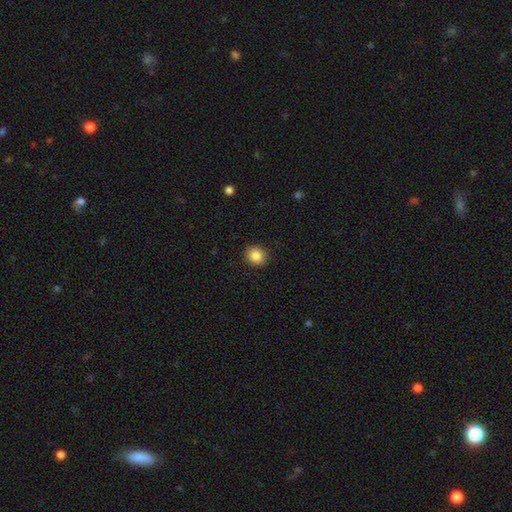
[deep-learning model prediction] Q: Smooth or featured?
A: smooth (86%); runner-up: star or artifact (9%)
Q: How rounded?
A: round (74%); runner-up: in between (25%)
Q: Merging?
A: none (90%); runner-up: minor disturbance (7%)